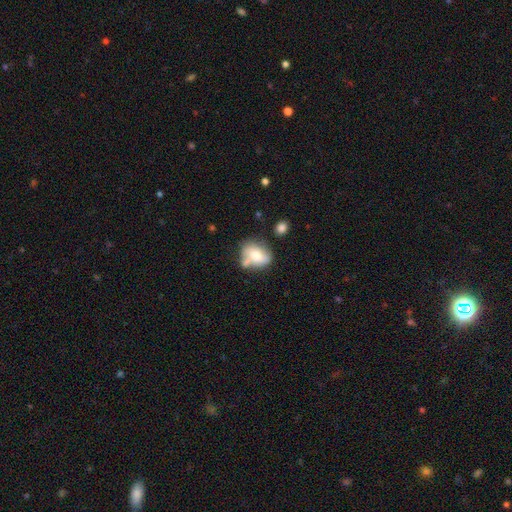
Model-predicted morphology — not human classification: smooth-or-featured: smooth: 58% | featured or disk: 33% | star or artifact: 8%
  how-rounded: in between: 64% | round: 34% | cigar-shaped: 2%
  merging: none: 39% | minor disturbance: 25% | merger: 23% | major disturbance: 13%